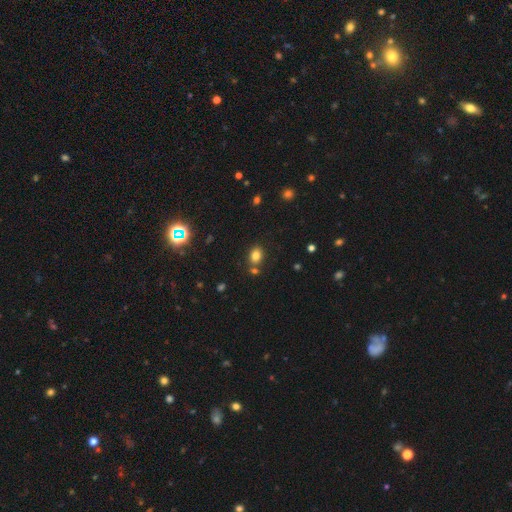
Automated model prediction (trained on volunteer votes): This appears to be a smooth galaxy with no disk features (78%) that is in between round and cigar-shaped (59%). Merging: none (73%).